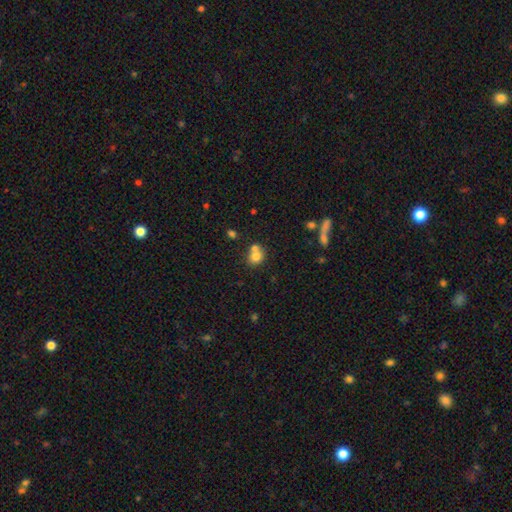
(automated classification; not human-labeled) smooth 75%, featured or disk 13%, star or artifact 12%. Down the decision tree: how rounded — round (77%); merging — merger (45%).